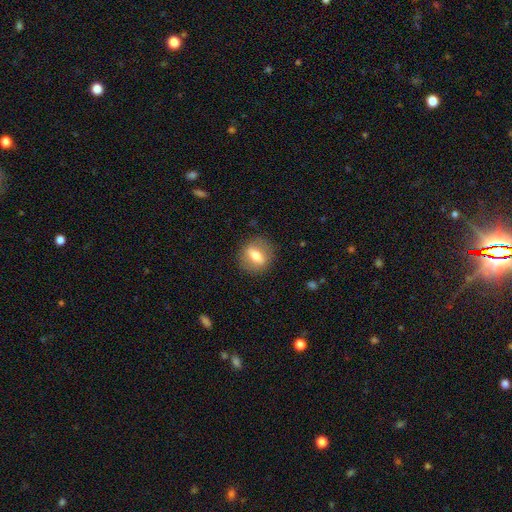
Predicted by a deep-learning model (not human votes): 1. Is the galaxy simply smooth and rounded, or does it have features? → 51% smooth, 40% featured or disk, 8% star or artifact.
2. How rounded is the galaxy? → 55% round, 38% in between, 7% cigar-shaped.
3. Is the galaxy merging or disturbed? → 86% none, 9% minor disturbance, 4% major disturbance, 1% merger.